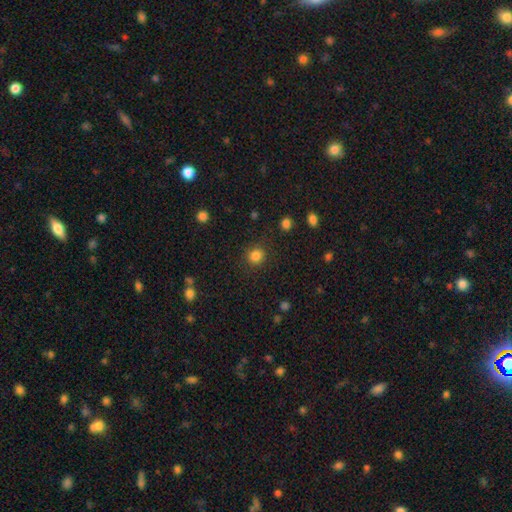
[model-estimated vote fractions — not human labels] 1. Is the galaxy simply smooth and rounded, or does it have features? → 84% smooth, 12% star or artifact, 4% featured or disk.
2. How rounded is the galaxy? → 87% round, 12% in between, 1% cigar-shaped.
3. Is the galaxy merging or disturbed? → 87% none, 8% minor disturbance, 4% major disturbance, 2% merger.